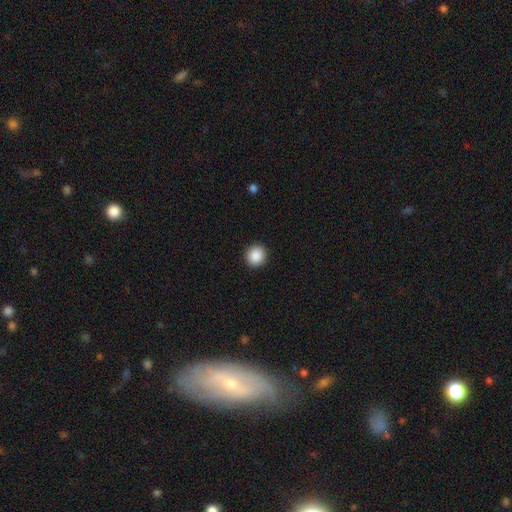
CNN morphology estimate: smooth 89%, star or artifact 8%, featured or disk 3%. Down the decision tree: how rounded — round (88%); merging — none (92%).